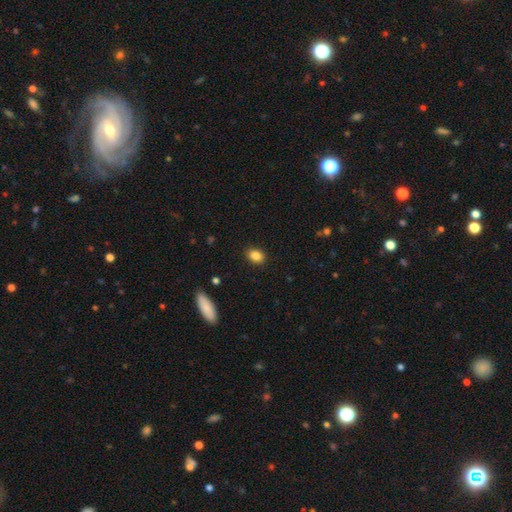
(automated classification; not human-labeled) This appears to be a smooth galaxy with no disk features (86%) that is in between round and cigar-shaped (69%). Merging: none (88%).